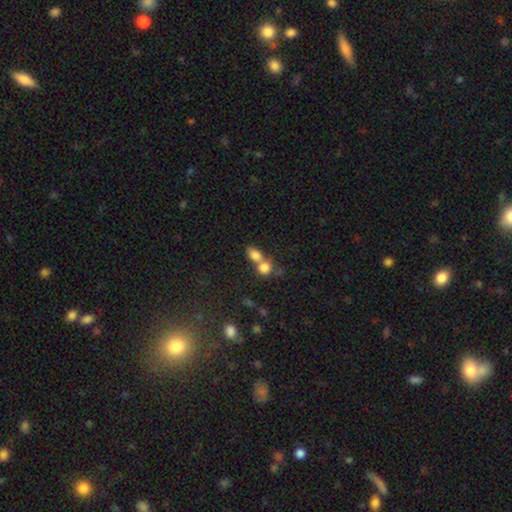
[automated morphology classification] A smooth galaxy with no disk features (79%) that is in between round and cigar-shaped (65%). Merging: merger (62%).